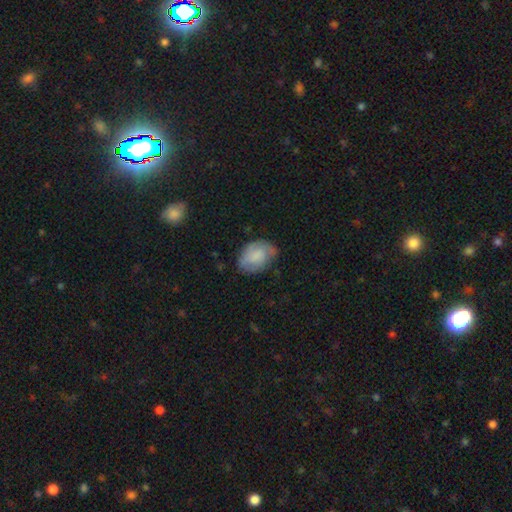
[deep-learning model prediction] A smooth galaxy with no disk features (61%) that is in between round and cigar-shaped (81%).

Vote fractions:
- Smooth or featured? smooth: 61% / featured or disk: 32% / star or artifact: 7%
- How rounded? in between: 81% / round: 18% / cigar-shaped: 1%
- Merging? none: 65% / minor disturbance: 26% / major disturbance: 7% / merger: 2%